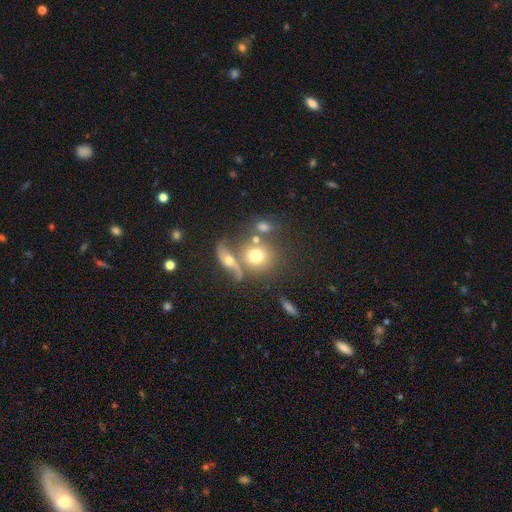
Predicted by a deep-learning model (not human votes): A smooth galaxy with no disk features (67%) that is round (75%).

Vote fractions:
- Smooth or featured? smooth: 67% / featured or disk: 21% / star or artifact: 11%
- How rounded? round: 75% / in between: 22% / cigar-shaped: 2%
- Merging? none: 45% / merger: 36% / minor disturbance: 11% / major disturbance: 8%